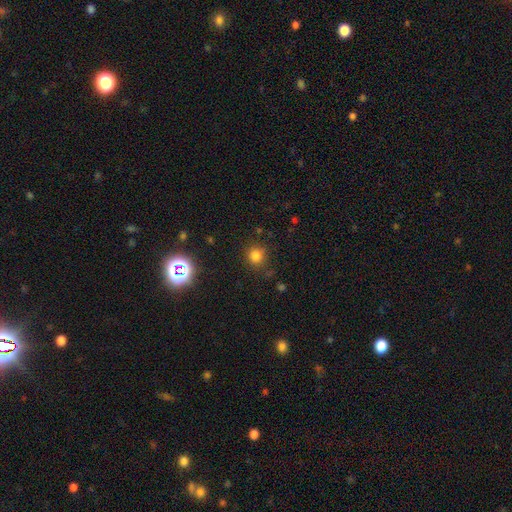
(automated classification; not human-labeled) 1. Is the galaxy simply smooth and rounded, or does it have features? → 78% smooth, 17% star or artifact, 5% featured or disk.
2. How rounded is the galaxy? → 87% round, 12% in between, 1% cigar-shaped.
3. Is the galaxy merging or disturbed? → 80% none, 13% minor disturbance, 4% major disturbance, 3% merger.